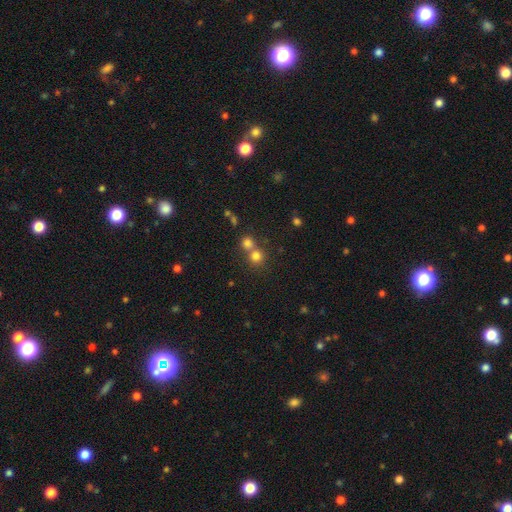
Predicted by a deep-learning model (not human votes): smooth-or-featured: smooth: 77% | star or artifact: 16% | featured or disk: 8%
  how-rounded: round: 90% | in between: 9% | cigar-shaped: 1%
  merging: none: 52% | merger: 40% | minor disturbance: 5% | major disturbance: 3%